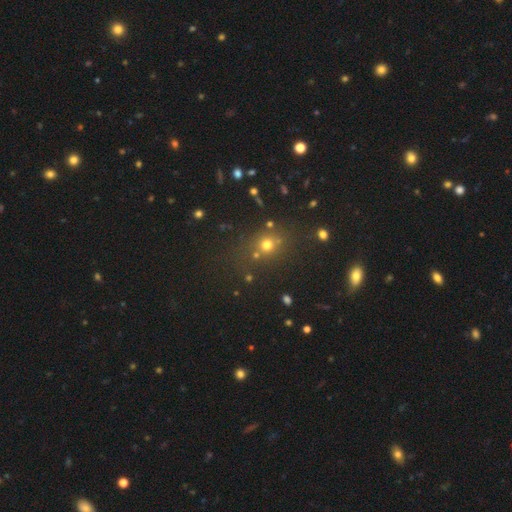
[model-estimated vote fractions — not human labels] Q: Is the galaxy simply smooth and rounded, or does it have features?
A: smooth — 52%.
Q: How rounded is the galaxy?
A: round — 76%.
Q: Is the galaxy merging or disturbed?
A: none — 75%.